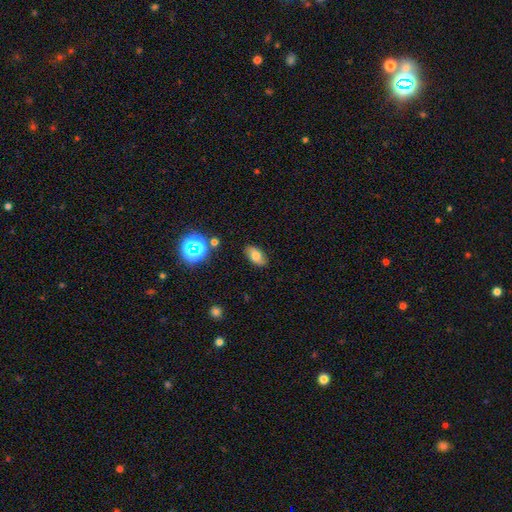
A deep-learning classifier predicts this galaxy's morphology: A smooth galaxy with no disk features (68%) that is in between round and cigar-shaped (90%). Merging: none (82%).